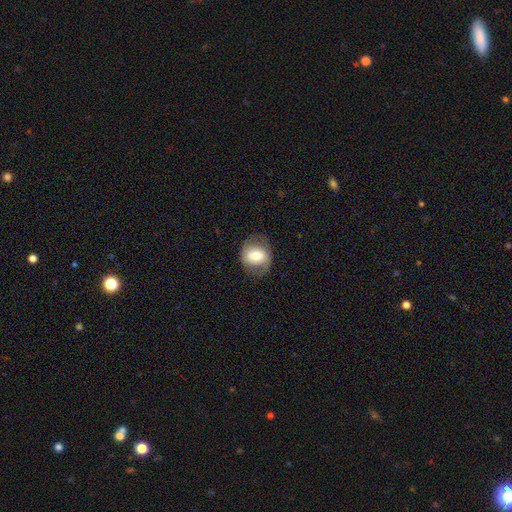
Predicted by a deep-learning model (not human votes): This appears to be a smooth galaxy with no disk features (62%) that is round (56%). Merging: none (73%).